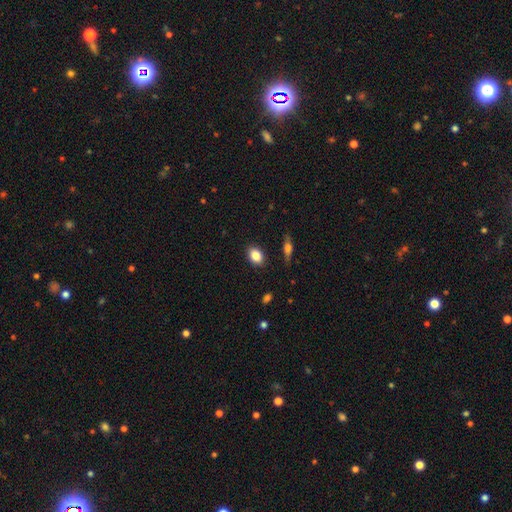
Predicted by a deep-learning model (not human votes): Overall: smooth (85%). How rounded: in between (74%). Merging: none (87%).